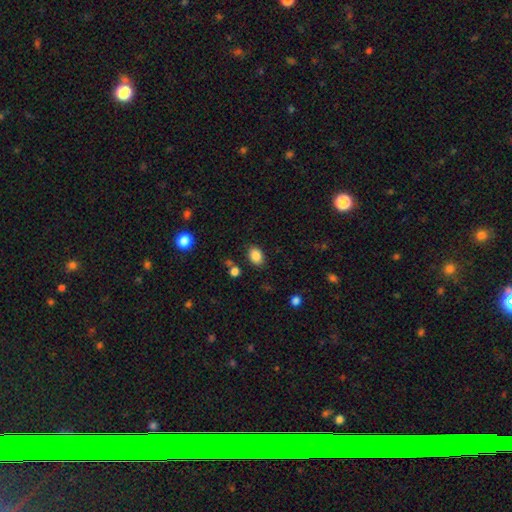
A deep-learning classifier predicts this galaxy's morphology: A smooth galaxy with no disk features (86%) that is in between round and cigar-shaped (76%).

Vote fractions:
- Smooth or featured? smooth: 86% / star or artifact: 9% / featured or disk: 4%
- How rounded? in between: 76% / round: 23% / cigar-shaped: 1%
- Merging? none: 83% / minor disturbance: 11% / merger: 3% / major disturbance: 3%